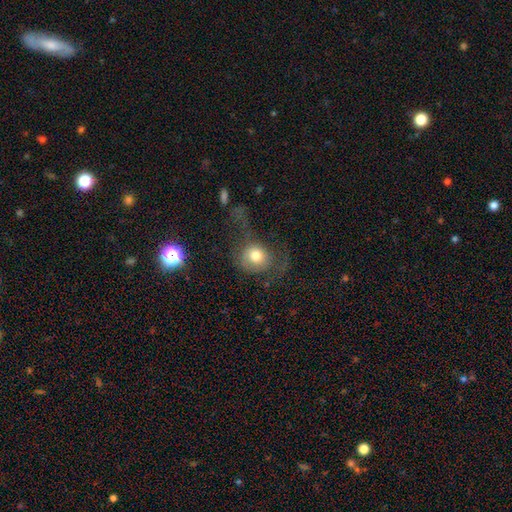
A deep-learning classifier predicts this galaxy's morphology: Smooth or featured? smooth (67%)
How rounded? round (77%)
Merging? major disturbance (47%)